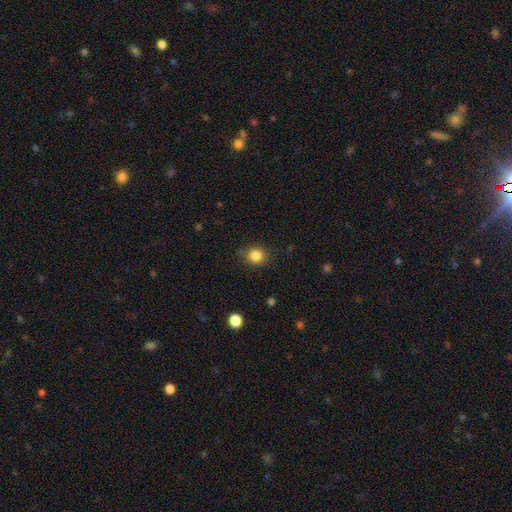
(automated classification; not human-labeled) smooth_or_featured: smooth (p=0.84) [alt: star or artifact p=0.11]
how_rounded: round (p=0.83) [alt: in between p=0.16]
merging: none (p=0.83) [alt: minor disturbance p=0.12]